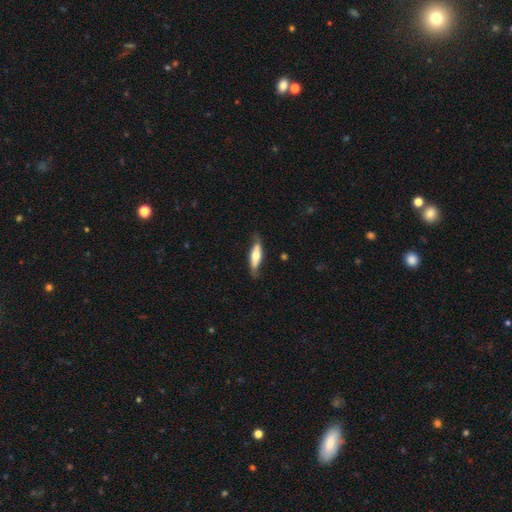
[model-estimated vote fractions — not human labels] Smooth or featured: smooth — 52% (featured or disk — 43%)
How rounded: cigar-shaped — 54% (in between — 44%)
Merging: none — 70% (minor disturbance — 23%)